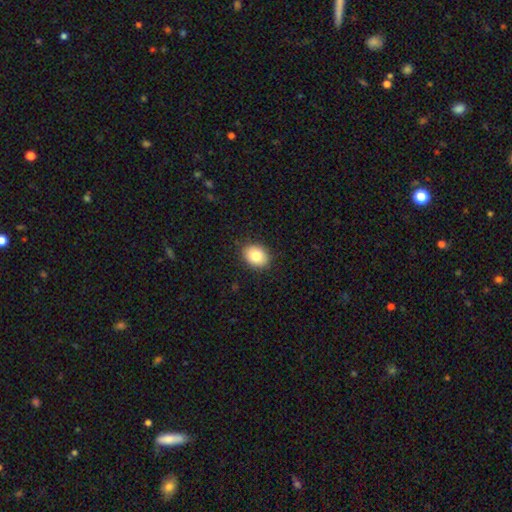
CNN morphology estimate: This is clearly a smooth galaxy (82%). How rounded: possibly in between (59%). Merging: clearly none (89%).